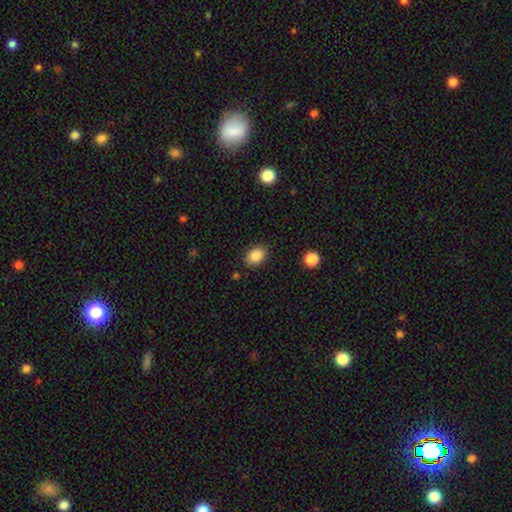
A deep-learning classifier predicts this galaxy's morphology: Smooth or featured? Predicted: smooth (p=0.87). How rounded? Predicted: in between (p=0.78). Merging? Predicted: none (p=0.84).